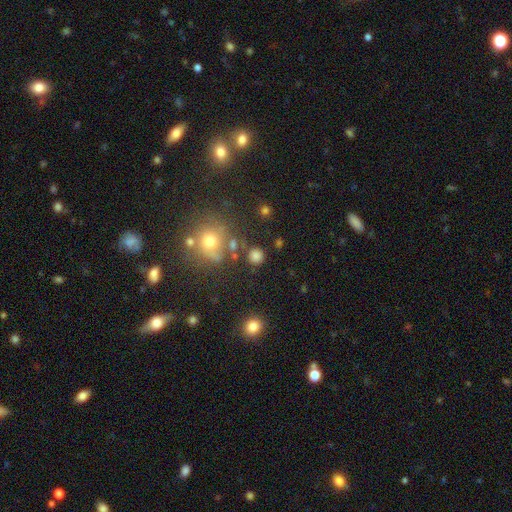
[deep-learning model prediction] The model was most divided on "smooth or featured": smooth: 78%, star or artifact: 16%, featured or disk: 6%. More confident: how rounded — round (90%); merging — none (79%).